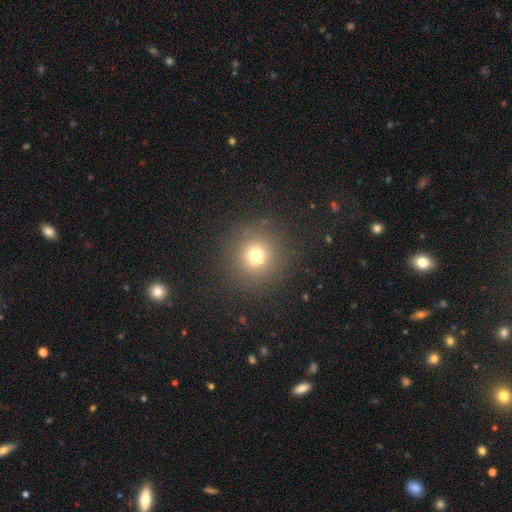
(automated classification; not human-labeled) Q: Smooth or featured?
A: smooth (71%); runner-up: star or artifact (19%)
Q: How rounded?
A: round (94%); runner-up: in between (5%)
Q: Merging?
A: none (88%); runner-up: minor disturbance (7%)